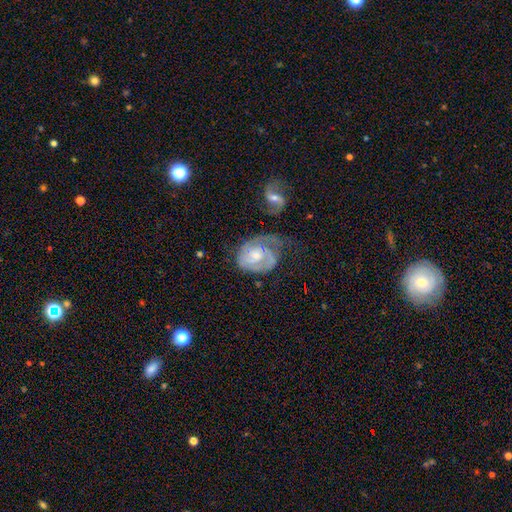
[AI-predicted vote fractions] Smooth or featured? Predicted: featured or disk (p=0.78). Edge-on disk? Predicted: no (p=0.97). Bar? Predicted: no (p=0.67). Spiral arms? Predicted: yes (p=0.89). Spiral winding? Predicted: tight (p=0.53). Spiral arm count? Predicted: 2 (p=0.46). Bulge size? Predicted: moderate (p=0.47). Merging? Predicted: none (p=0.36).